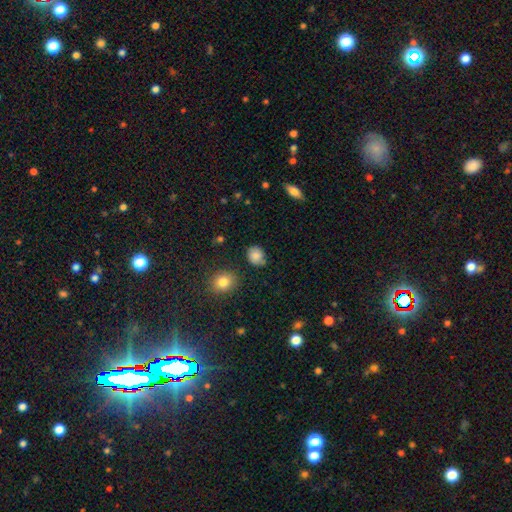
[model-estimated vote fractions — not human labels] Smooth or featured?
  - smooth: 82% *
  - star or artifact: 10%
  - featured or disk: 8%
How rounded?
  - round: 59% *
  - in between: 40%
  - cigar-shaped: 1%
Merging?
  - none: 74% *
  - minor disturbance: 20%
  - major disturbance: 4%
  - merger: 2%